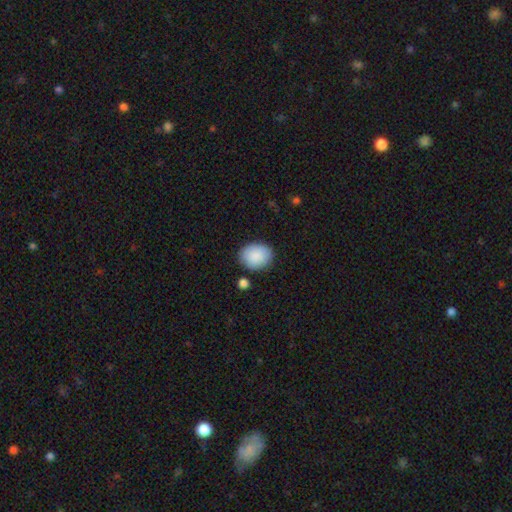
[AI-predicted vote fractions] This is clearly a smooth galaxy (89%). How rounded: possibly in between (52%). Merging: clearly none (82%).